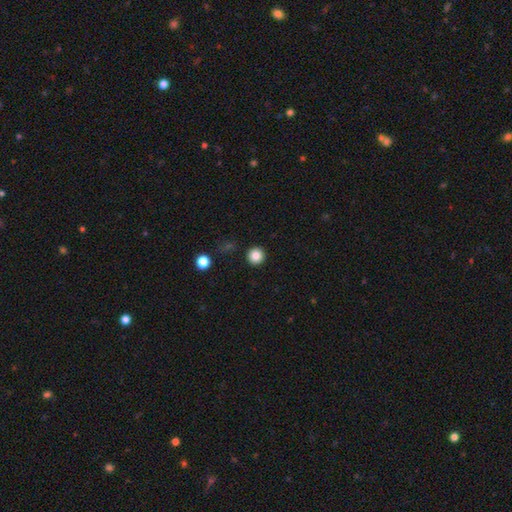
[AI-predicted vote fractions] Smooth or featured? Predicted: smooth (p=0.86). How rounded? Predicted: round (p=0.96). Merging? Predicted: none (p=0.93).